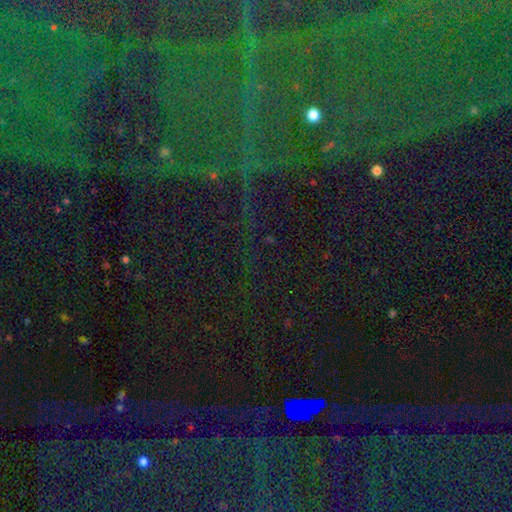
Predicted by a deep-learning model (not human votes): The model was most divided on "smooth or featured": star or artifact: 83%, smooth: 8%, featured or disk: 8%.